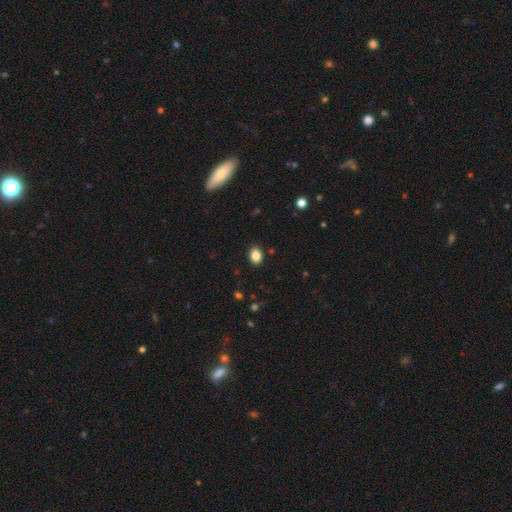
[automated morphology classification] Q: Smooth or featured?
A: smooth (86%); runner-up: star or artifact (9%)
Q: How rounded?
A: in between (74%); runner-up: round (25%)
Q: Merging?
A: none (89%); runner-up: minor disturbance (8%)